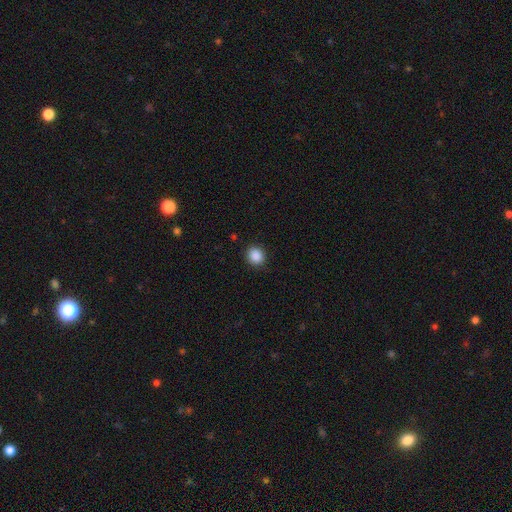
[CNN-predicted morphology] Q: Smooth or featured?
A: smooth (88%); runner-up: star or artifact (9%)
Q: How rounded?
A: round (78%); runner-up: in between (21%)
Q: Merging?
A: none (89%); runner-up: minor disturbance (8%)